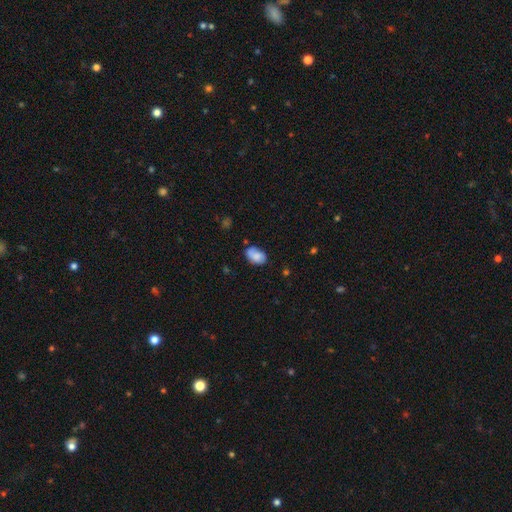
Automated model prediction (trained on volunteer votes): smooth-or-featured: smooth: 76% | featured or disk: 16% | star or artifact: 8%
  how-rounded: in between: 87% | round: 12% | cigar-shaped: 1%
  merging: none: 59% | minor disturbance: 28% | merger: 7% | major disturbance: 7%